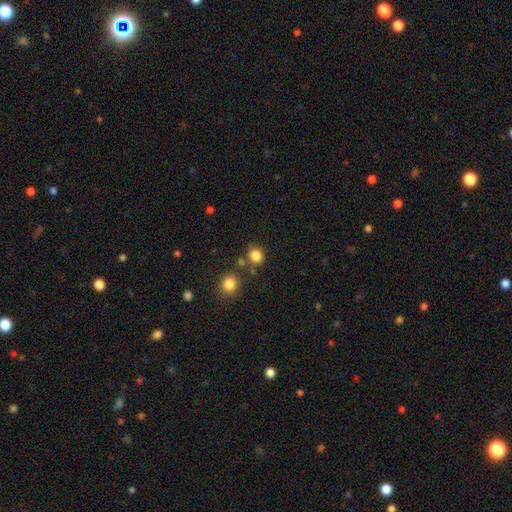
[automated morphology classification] smooth 84%, star or artifact 12%, featured or disk 5%. Down the decision tree: how rounded — round (80%); merging — none (74%).